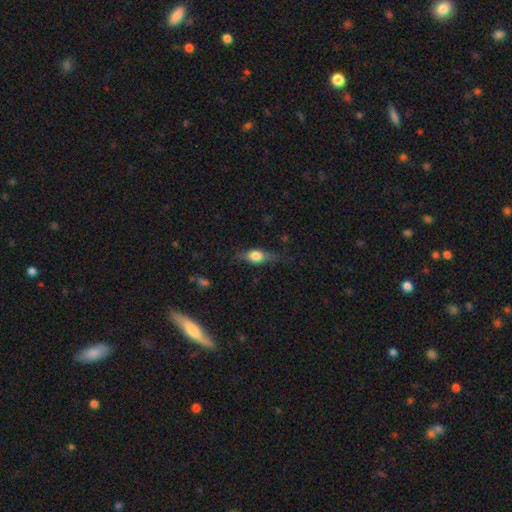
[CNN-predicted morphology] This is likely a smooth galaxy (61%). How rounded: likely in between (68%). Merging: likely none (67%).